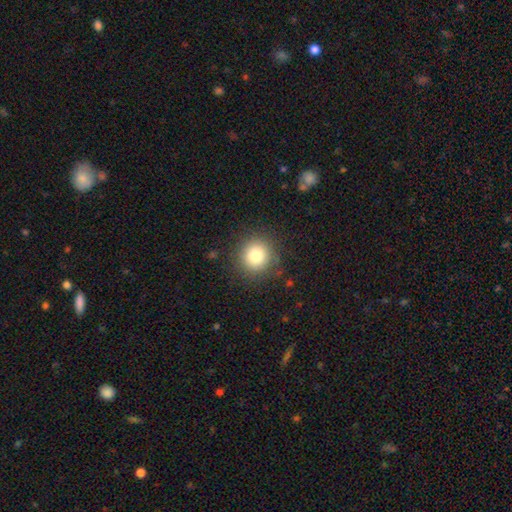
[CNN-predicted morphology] type=smooth (79%); roundness=round (92%); merging=none (87%).